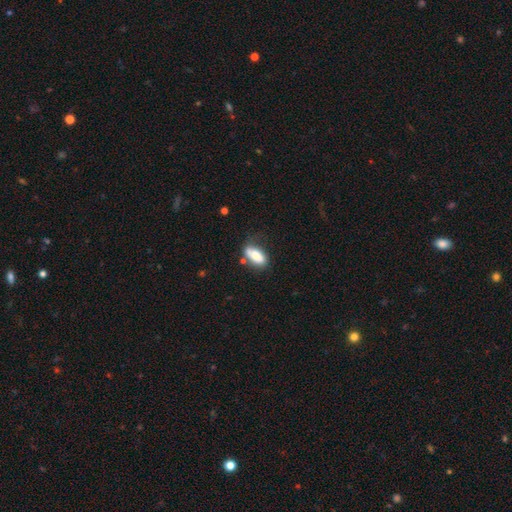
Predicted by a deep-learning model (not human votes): Smooth or featured? smooth (79%)
How rounded? in between (85%)
Merging? none (51%)